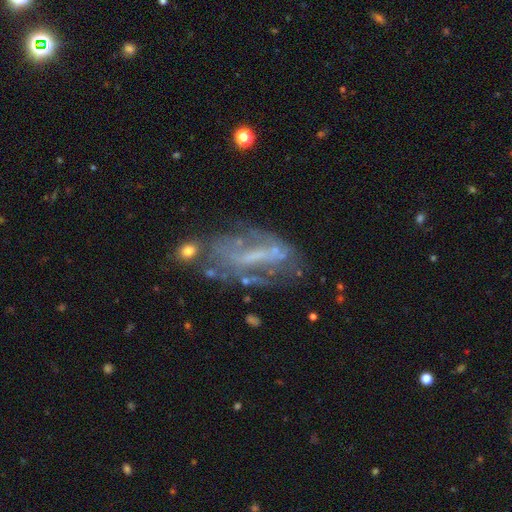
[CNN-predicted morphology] This appears to be a featured or disk galaxy (68%) with a strong bar (36%), no spiral arms (55%) and no central bulge (47%). Merging: none (46%).